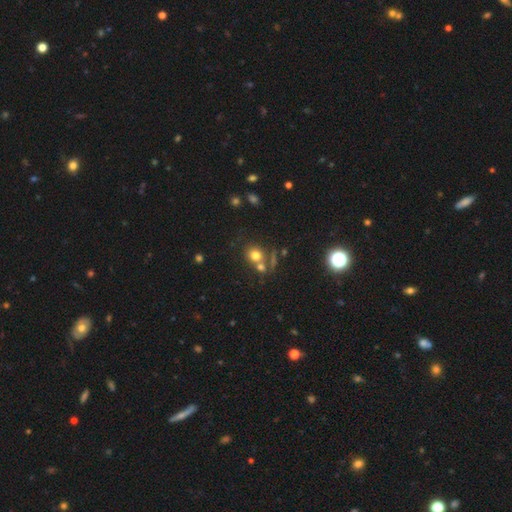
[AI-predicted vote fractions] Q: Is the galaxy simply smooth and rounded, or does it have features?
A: smooth — 73%.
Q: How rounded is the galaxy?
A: round — 77%.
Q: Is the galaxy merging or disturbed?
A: none — 49%.